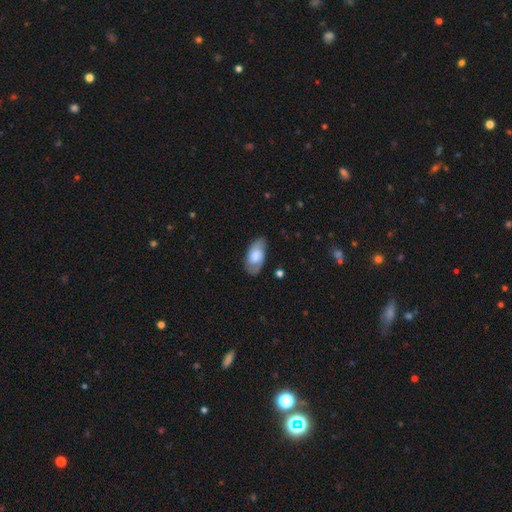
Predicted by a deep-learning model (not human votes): Smooth or featured? Predicted: smooth (p=0.55). How rounded? Predicted: in between (p=0.93). Merging? Predicted: none (p=0.77).